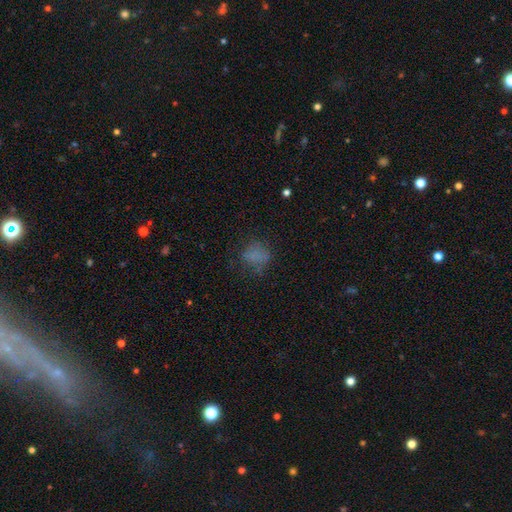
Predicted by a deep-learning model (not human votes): A smooth galaxy with no disk features (69%) that is round (62%). Merging: none (59%).